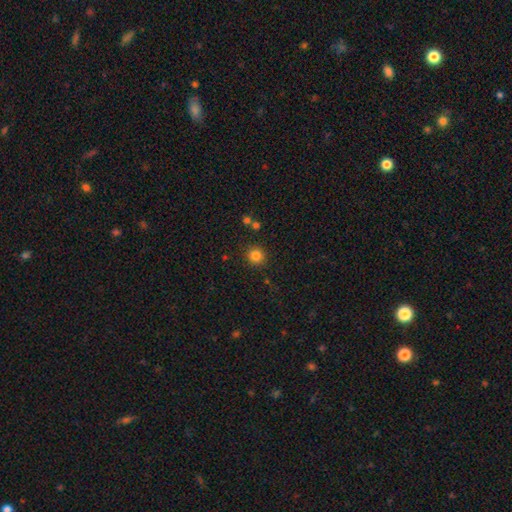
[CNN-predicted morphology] Overall: smooth (83%). How rounded: round (93%). Merging: none (88%).